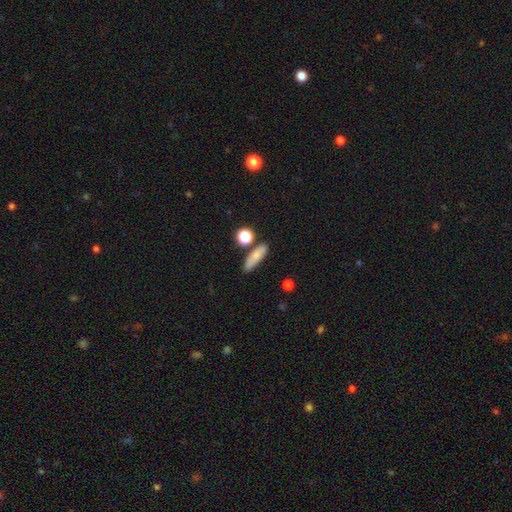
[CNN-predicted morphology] Smooth or featured? smooth (79%)
How rounded? cigar-shaped (47%)
Merging? none (72%)